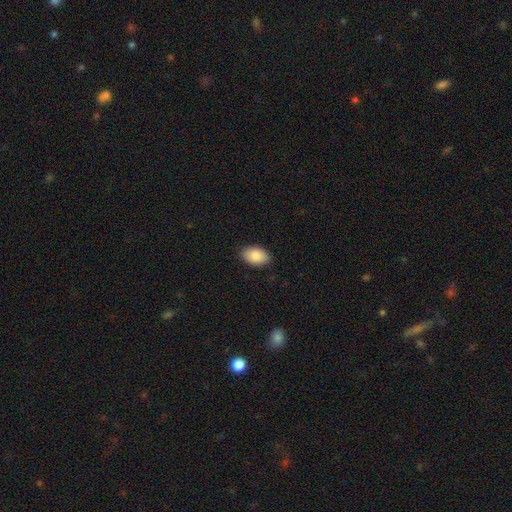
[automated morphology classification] smooth 88%, star or artifact 6%, featured or disk 5%. Down the decision tree: how rounded — in between (91%); merging — none (87%).